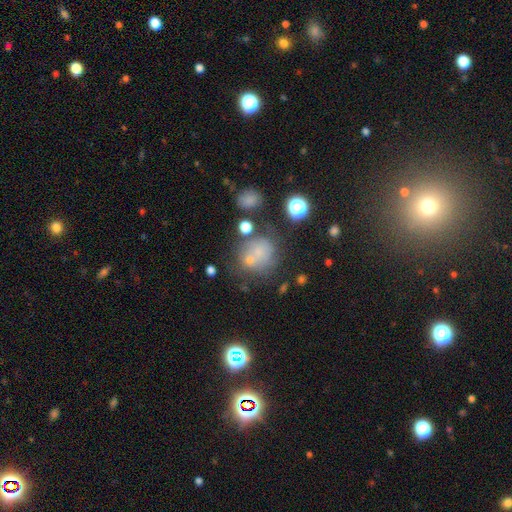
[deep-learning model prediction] smooth_or_featured: smooth (p=0.50) [alt: star or artifact p=0.27]
how_rounded: round (p=0.79) [alt: in between p=0.20]
merging: none (p=0.55) [alt: minor disturbance p=0.19]